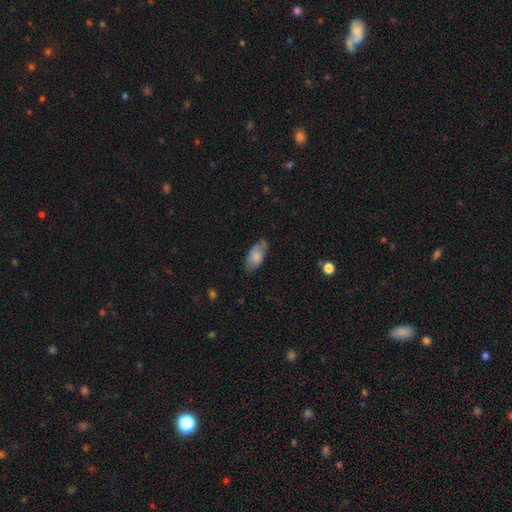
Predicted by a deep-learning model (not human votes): Smooth or featured?
  - smooth: 72% *
  - featured or disk: 21%
  - star or artifact: 7%
How rounded?
  - in between: 89% *
  - cigar-shaped: 9%
  - round: 2%
Merging?
  - none: 70% *
  - minor disturbance: 23%
  - major disturbance: 5%
  - merger: 2%